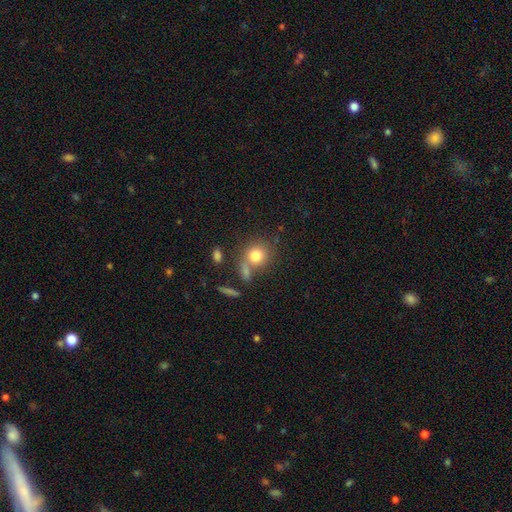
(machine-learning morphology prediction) Q: Smooth or featured?
A: smooth (78%); runner-up: featured or disk (11%)
Q: How rounded?
A: round (82%); runner-up: in between (16%)
Q: Merging?
A: none (58%); runner-up: merger (24%)